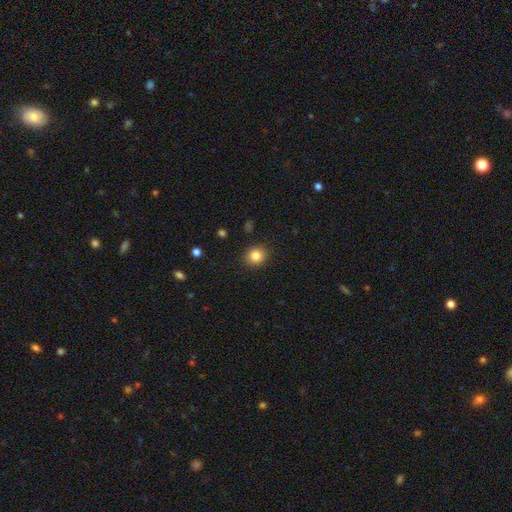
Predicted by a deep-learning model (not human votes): smooth 85%, star or artifact 10%, featured or disk 5%. Down the decision tree: how rounded — round (78%); merging — none (90%).